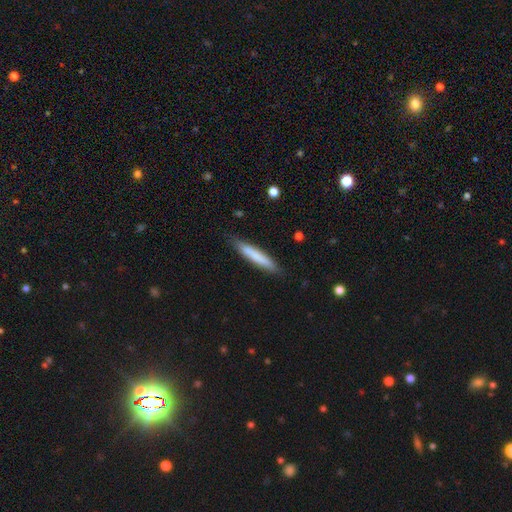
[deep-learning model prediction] Smooth or featured? Predicted: smooth (p=0.75). How rounded? Predicted: cigar-shaped (p=0.93). Merging? Predicted: none (p=0.85).